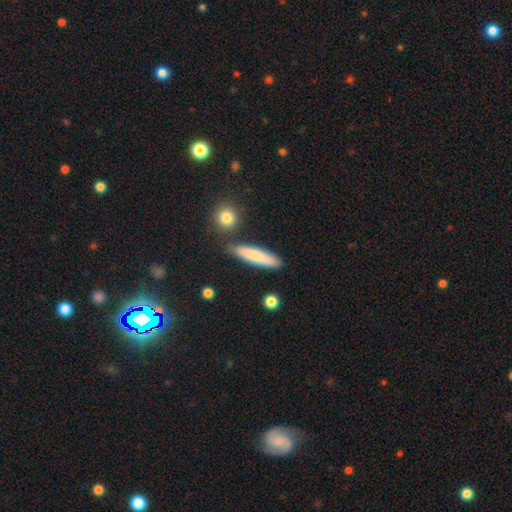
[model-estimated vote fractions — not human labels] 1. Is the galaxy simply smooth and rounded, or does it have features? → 80% smooth, 14% featured or disk, 6% star or artifact.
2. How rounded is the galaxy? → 84% cigar-shaped, 14% in between, 2% round.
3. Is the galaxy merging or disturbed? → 83% none, 11% minor disturbance, 4% merger, 2% major disturbance.